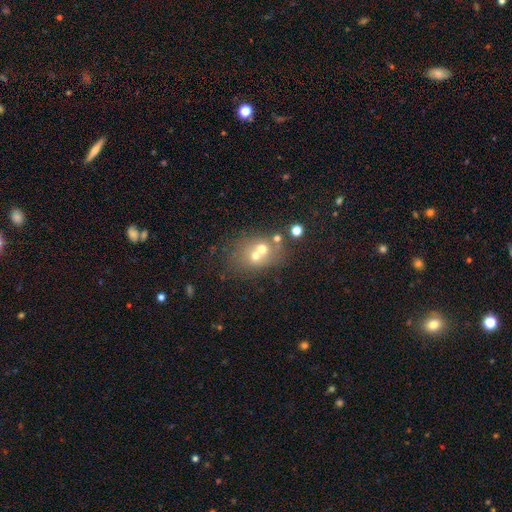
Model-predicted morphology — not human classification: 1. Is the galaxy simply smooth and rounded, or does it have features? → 56% smooth, 28% featured or disk, 16% star or artifact.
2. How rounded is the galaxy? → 61% round, 38% in between, 1% cigar-shaped.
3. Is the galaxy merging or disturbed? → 52% merger, 36% none, 8% minor disturbance, 5% major disturbance.